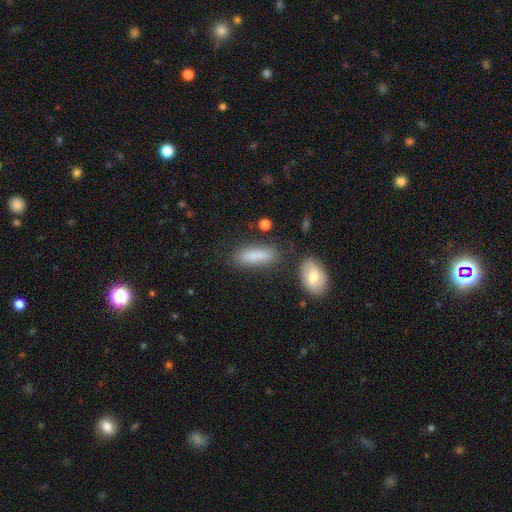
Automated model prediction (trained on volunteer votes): A smooth galaxy with no disk features (84%) that is cigar-shaped (50%). Merging: none (76%).